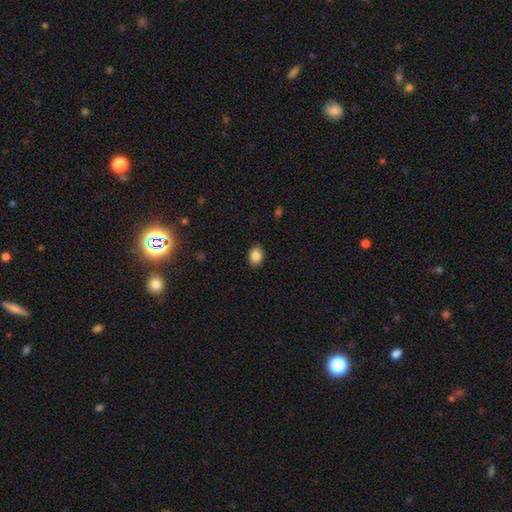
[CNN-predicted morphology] smooth 87%, star or artifact 8%, featured or disk 5%. Down the decision tree: how rounded — in between (77%); merging — none (88%).